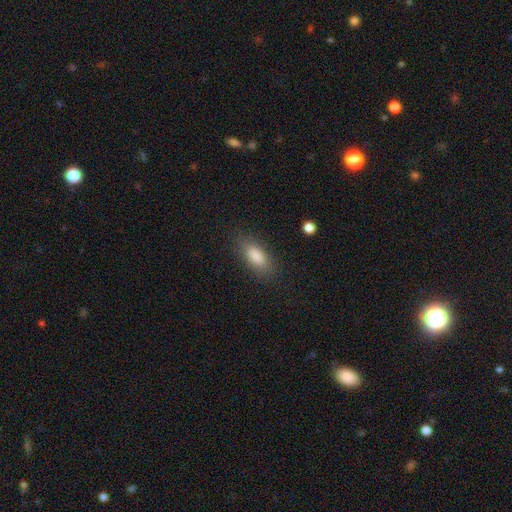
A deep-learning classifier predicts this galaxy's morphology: The model was most divided on "how rounded": in between: 79%, cigar-shaped: 18%, round: 3%. More confident: smooth or featured — smooth (85%); merging — none (84%).